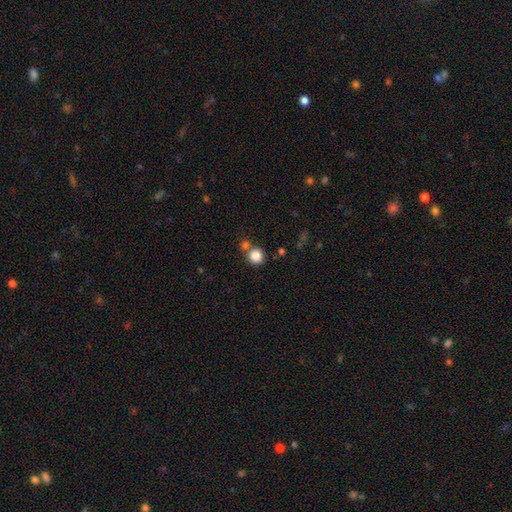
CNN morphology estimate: smooth 84%, star or artifact 11%, featured or disk 5%. Down the decision tree: how rounded — round (93%); merging — none (69%).